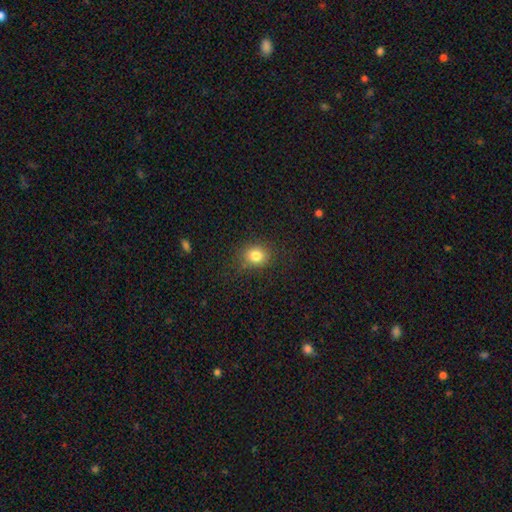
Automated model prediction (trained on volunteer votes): smooth_or_featured: smooth (p=0.81) [alt: star or artifact p=0.12]
how_rounded: round (p=0.70) [alt: in between p=0.29]
merging: none (p=0.82) [alt: minor disturbance p=0.13]